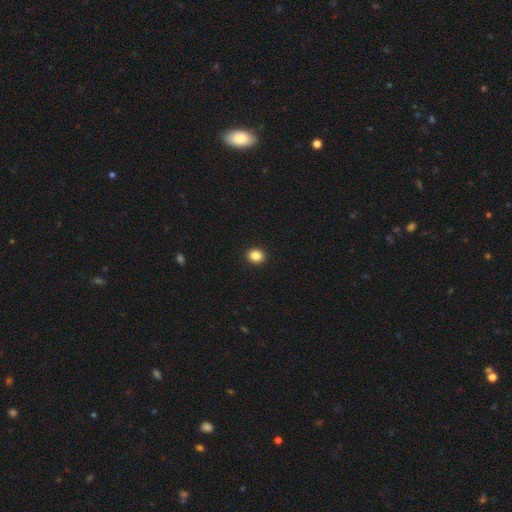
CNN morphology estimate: Overall: smooth (86%). How rounded: round (67%; in between 33%). Merging: none (93%).